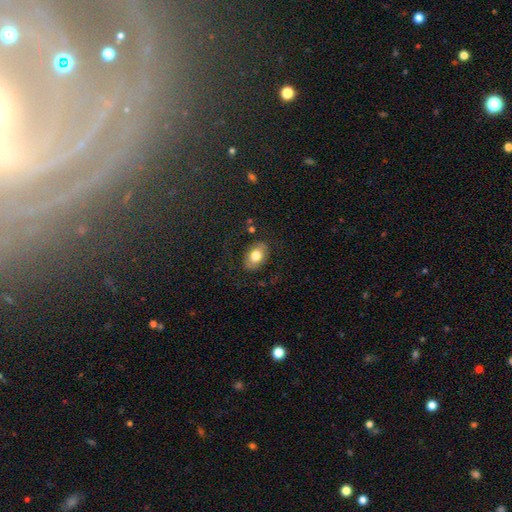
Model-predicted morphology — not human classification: Q: Smooth or featured?
A: smooth (74%); runner-up: featured or disk (18%)
Q: How rounded?
A: in between (83%); runner-up: round (16%)
Q: Merging?
A: none (82%); runner-up: minor disturbance (12%)